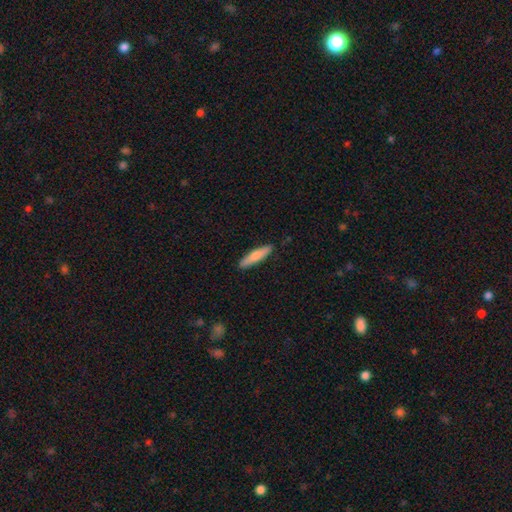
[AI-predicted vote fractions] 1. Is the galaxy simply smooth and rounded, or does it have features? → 74% smooth, 21% featured or disk, 5% star or artifact.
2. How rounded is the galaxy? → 81% cigar-shaped, 17% in between, 1% round.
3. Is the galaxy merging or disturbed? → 89% none, 8% minor disturbance, 2% major disturbance, 1% merger.